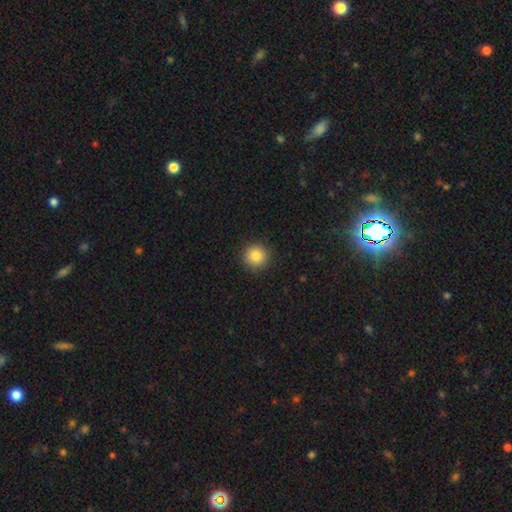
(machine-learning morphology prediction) A smooth galaxy with no disk features (83%) that is round (95%). Merging: none (92%).